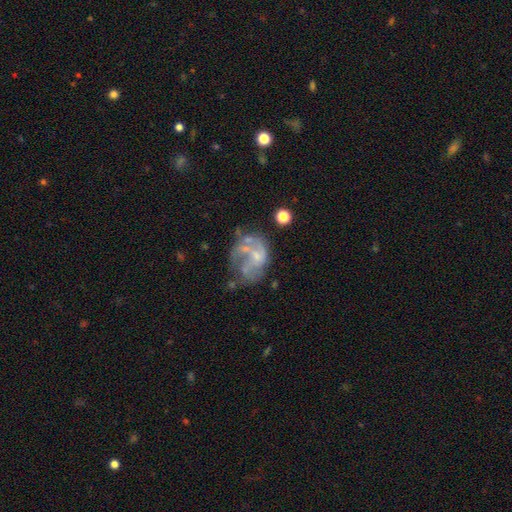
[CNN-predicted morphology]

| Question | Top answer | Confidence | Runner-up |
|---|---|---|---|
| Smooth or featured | featured or disk | 69% | smooth (21%) |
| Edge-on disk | no | 98% | yes (2%) |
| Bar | no | 71% | weak (24%) |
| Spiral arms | yes | 56% | no (44%) |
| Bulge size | small | 47% | none (33%) |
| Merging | none | 37% | major disturbance (32%) |